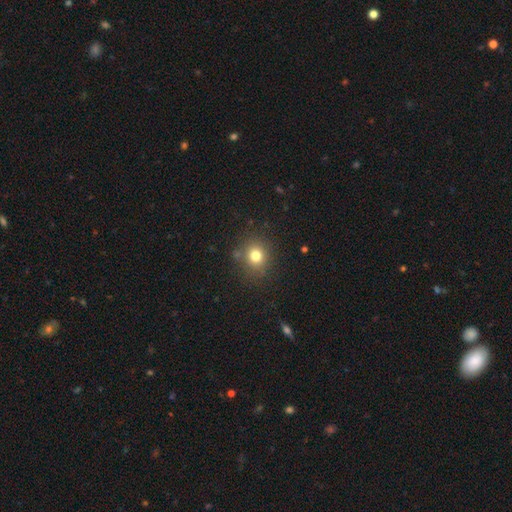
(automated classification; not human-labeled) smooth-or-featured: smooth: 77% | star or artifact: 14% | featured or disk: 8%
  how-rounded: round: 81% | in between: 19% | cigar-shaped: 1%
  merging: none: 83% | minor disturbance: 10% | major disturbance: 4% | merger: 3%